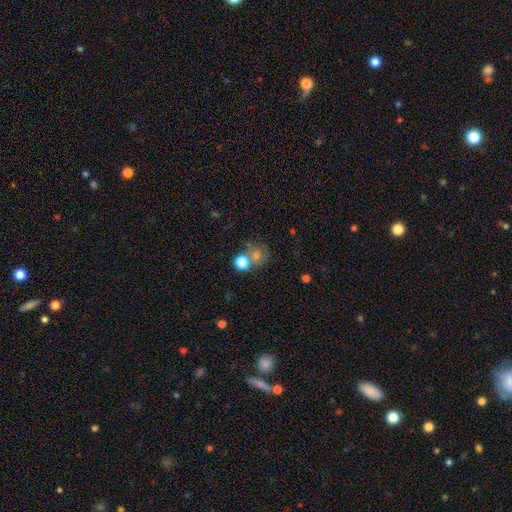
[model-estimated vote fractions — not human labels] A smooth galaxy with no disk features (47%). Merging: none (52%).